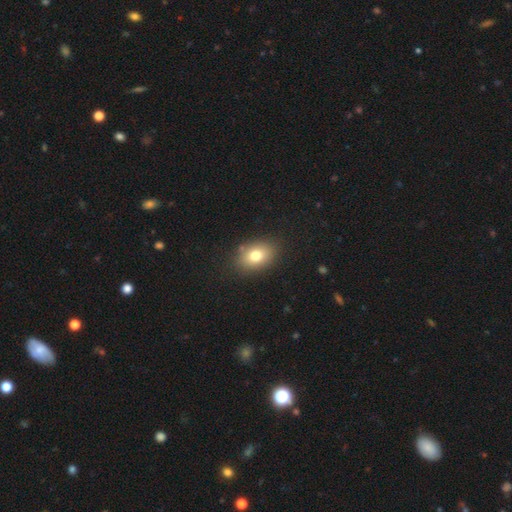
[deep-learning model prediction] smooth_or_featured: smooth (p=0.77) [alt: featured or disk p=0.12]
how_rounded: in between (p=0.73) [alt: round p=0.26]
merging: none (p=0.84) [alt: minor disturbance p=0.11]